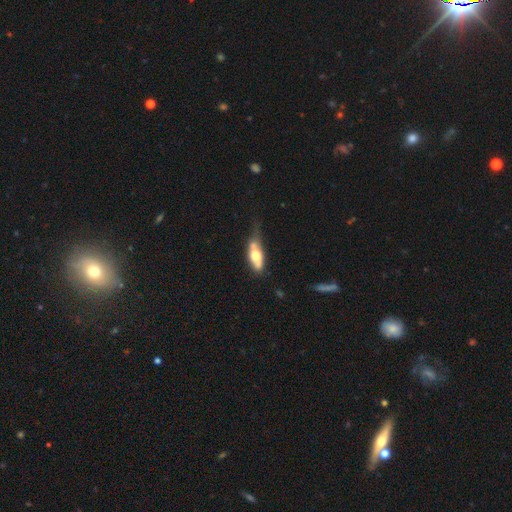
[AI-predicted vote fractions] Smooth or featured? smooth (53%)
How rounded? in between (66%)
Merging? none (29%, tied with minor disturbance)